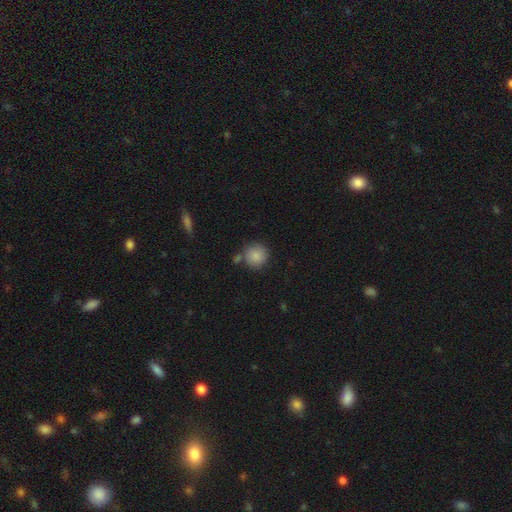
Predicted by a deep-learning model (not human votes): This is clearly a smooth galaxy (87%). How rounded: clearly round (92%). Merging: likely none (72%).